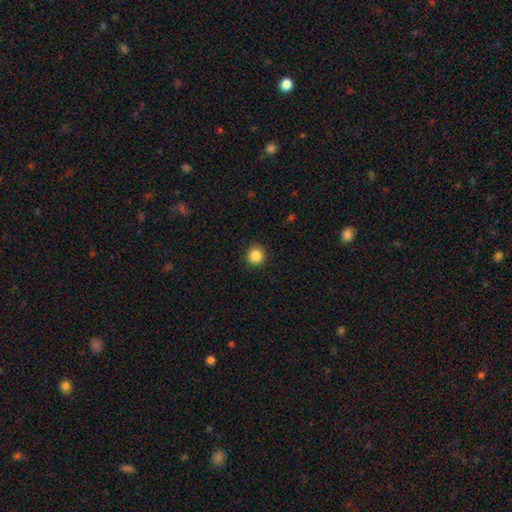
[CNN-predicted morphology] Overall: smooth (86%). How rounded: round (93%). Merging: none (91%).